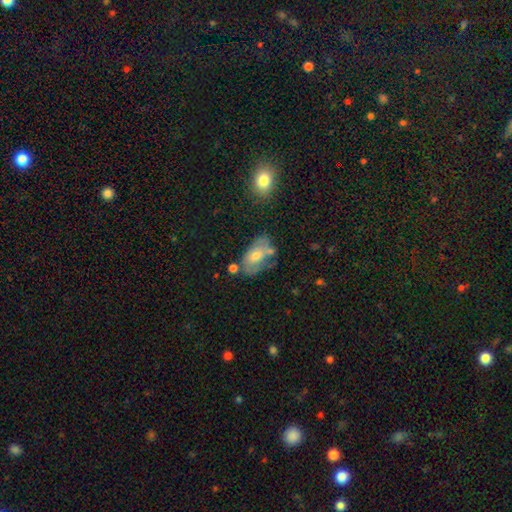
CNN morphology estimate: This appears to be a smooth galaxy with no disk features (55%) that is in between round and cigar-shaped (89%). Merging: none (46%).